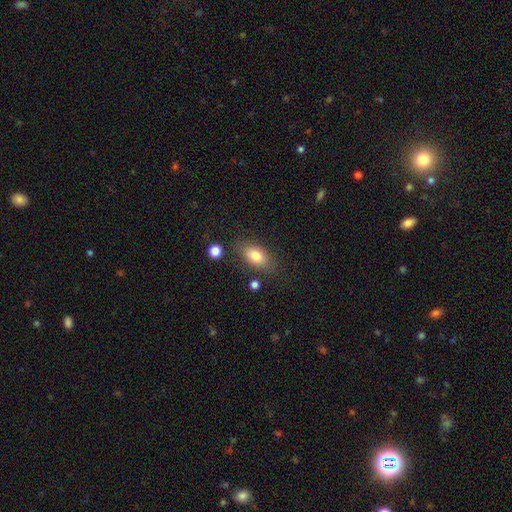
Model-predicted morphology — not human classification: Smooth or featured? Predicted: smooth (p=0.79). How rounded? Predicted: in between (p=0.86). Merging? Predicted: none (p=0.77).